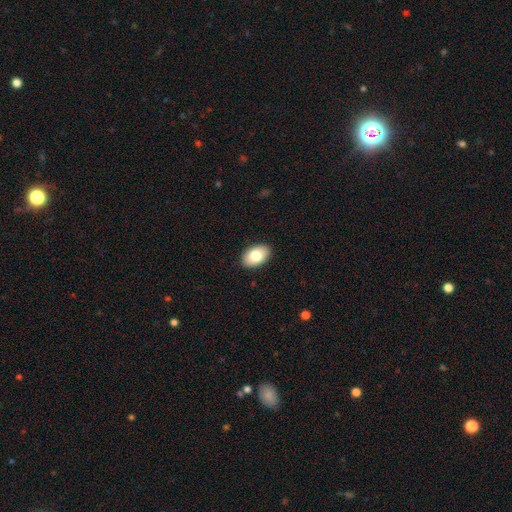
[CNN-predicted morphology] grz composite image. It shows a smooth galaxy with no disk features (81%) that is in between round and cigar-shaped (92%). Merging: none (90%).